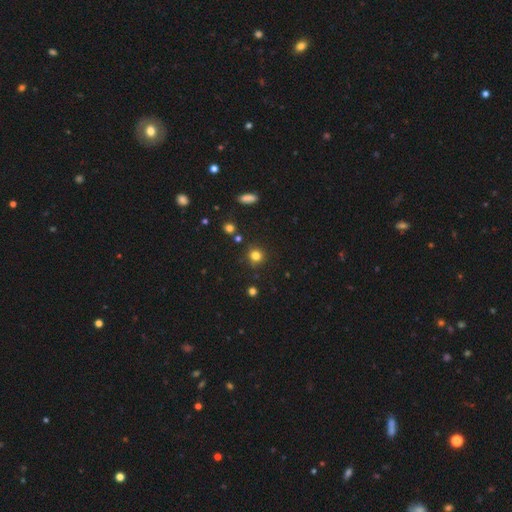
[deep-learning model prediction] Smooth or featured? smooth (79%)
How rounded? round (90%)
Merging? none (86%)